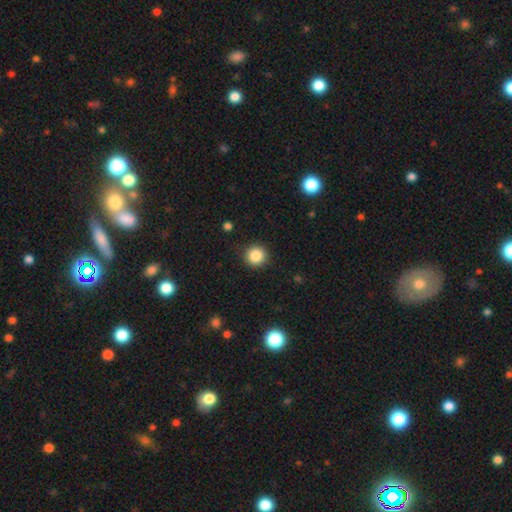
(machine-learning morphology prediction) smooth_or_featured: smooth (p=0.86) [alt: star or artifact p=0.10]
how_rounded: round (p=0.95) [alt: in between p=0.04]
merging: none (p=0.90) [alt: minor disturbance p=0.07]